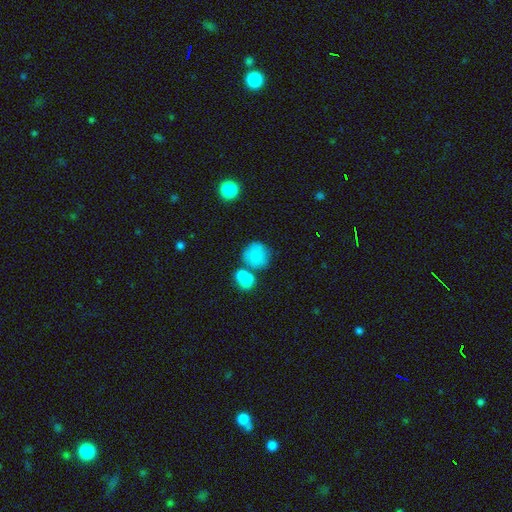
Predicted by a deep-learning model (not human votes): smooth_or_featured: smooth (p=0.77) [alt: featured or disk p=0.13]
how_rounded: round (p=0.85) [alt: in between p=0.14]
merging: none (p=0.52) [alt: merger p=0.27]